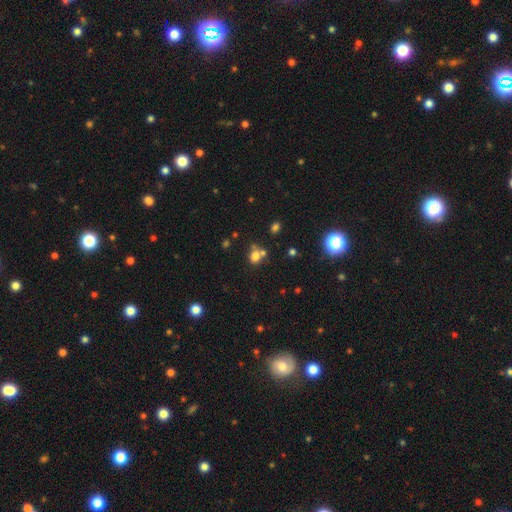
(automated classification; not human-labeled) Morphology: type=smooth (73%); roundness=round (67%); merging=none (50%).